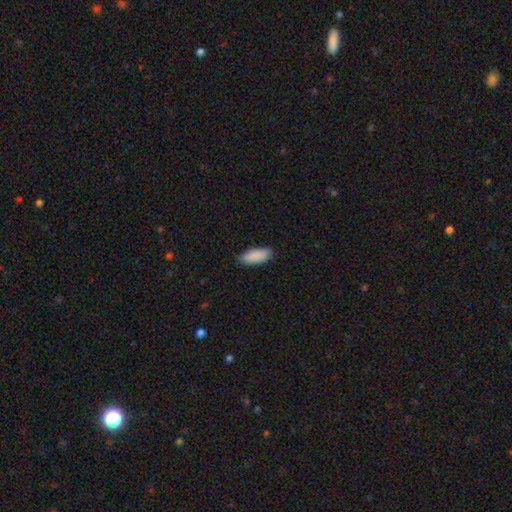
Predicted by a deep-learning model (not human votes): Smooth or featured?
  - smooth: 90% *
  - star or artifact: 6%
  - featured or disk: 4%
How rounded?
  - in between: 76% *
  - cigar-shaped: 23%
  - round: 2%
Merging?
  - none: 87% *
  - minor disturbance: 10%
  - major disturbance: 2%
  - merger: 1%